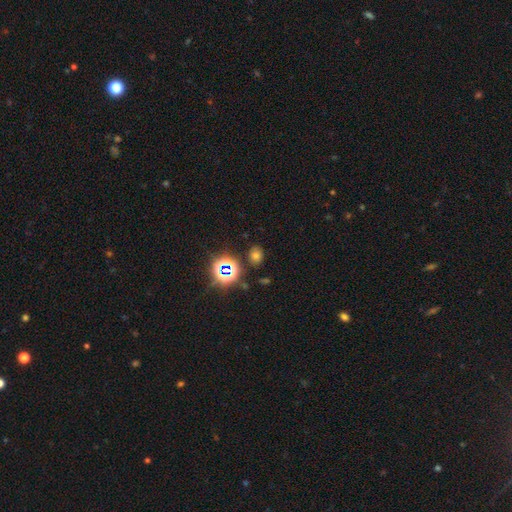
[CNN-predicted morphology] Smooth or featured? Predicted: smooth (p=0.63). How rounded? Predicted: in between (p=0.52). Merging? Predicted: none (p=0.83).